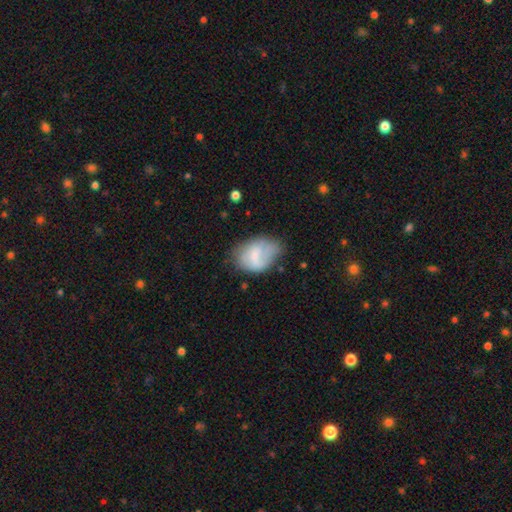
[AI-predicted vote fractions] Overall: smooth (63%; featured or disk 29%). How rounded: in between (81%). Merging: none (41%; minor disturbance 37%).